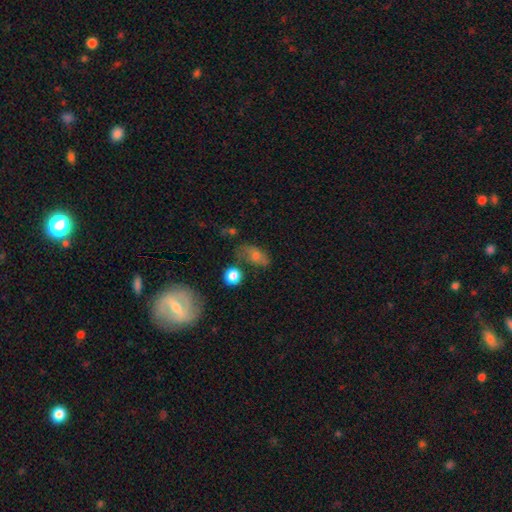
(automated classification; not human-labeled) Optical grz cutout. It shows a smooth galaxy with no disk features (54%) that is in between round and cigar-shaped (71%). Merging: none (56%).